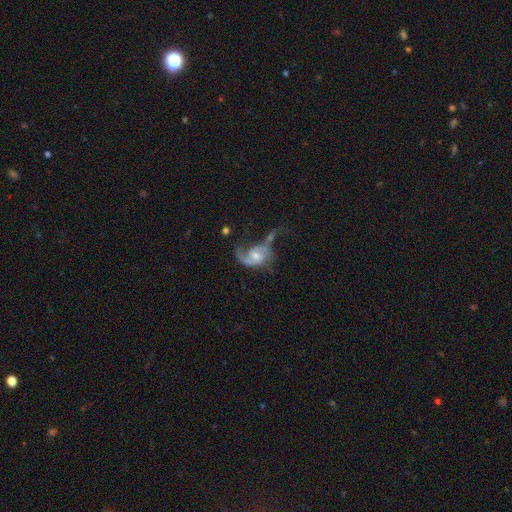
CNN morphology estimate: This appears to be a featured or disk galaxy (71%) with no bar (62%), 2 (46%) loose (54%) spiral arms (83%) and a moderate central bulge (51%). Merging: major disturbance (42%).